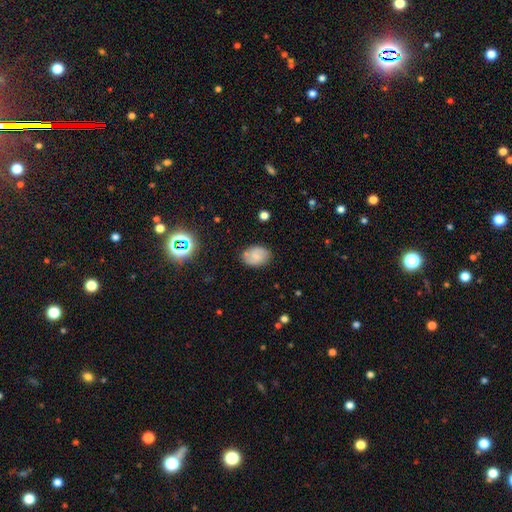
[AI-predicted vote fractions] smooth_or_featured: smooth (p=0.56) [alt: featured or disk p=0.34]
how_rounded: in between (p=0.73) [alt: round p=0.25]
merging: none (p=0.77) [alt: minor disturbance p=0.17]